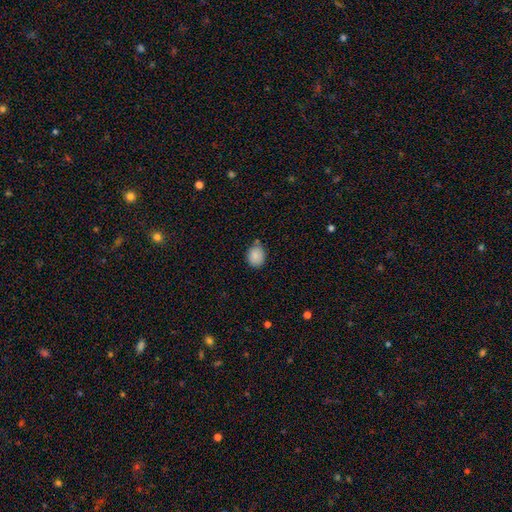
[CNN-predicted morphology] Smooth or featured? smooth (87%)
How rounded? round (54%)
Merging? none (75%)